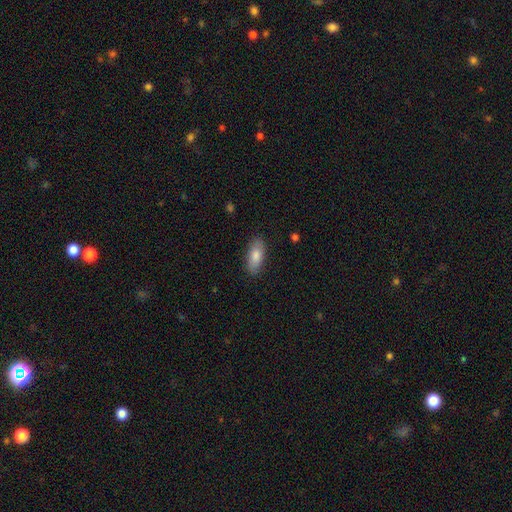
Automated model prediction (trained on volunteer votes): This appears to be a smooth galaxy with no disk features (81%) that is in between round and cigar-shaped (79%). Merging: none (86%).